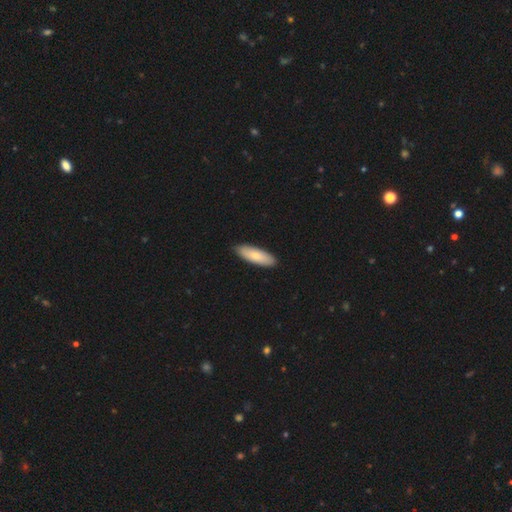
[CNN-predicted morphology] type=smooth (79%); roundness=in between (61%); merging=none (89%).